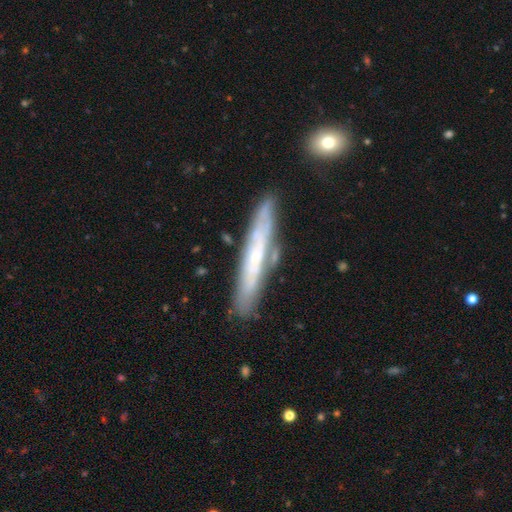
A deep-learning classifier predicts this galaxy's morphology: This appears to be a featured or disk galaxy (63%) viewed edge-on (73%). Merging: none (79%).